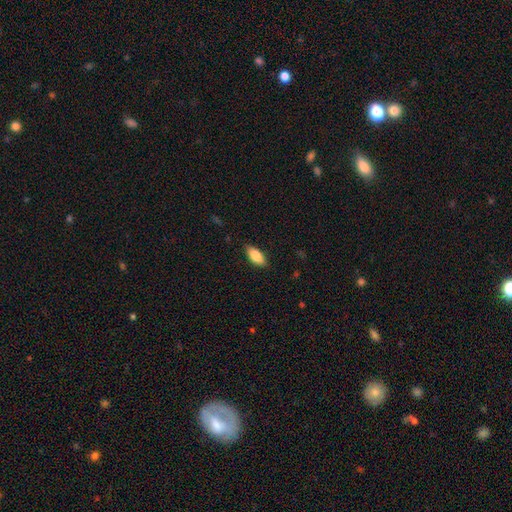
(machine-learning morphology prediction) A smooth galaxy with no disk features (81%) that is in between round and cigar-shaped (86%). Merging: none (86%).